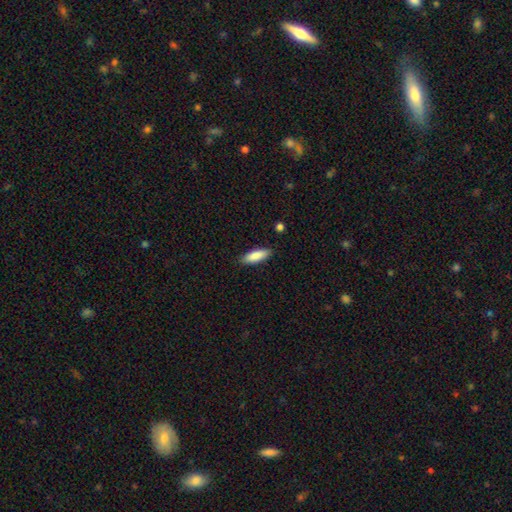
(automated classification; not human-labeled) Smooth or featured?
  - smooth: 87% *
  - featured or disk: 7%
  - star or artifact: 6%
How rounded?
  - in between: 57% *
  - cigar-shaped: 42%
  - round: 2%
Merging?
  - none: 88% *
  - minor disturbance: 9%
  - major disturbance: 2%
  - merger: 1%